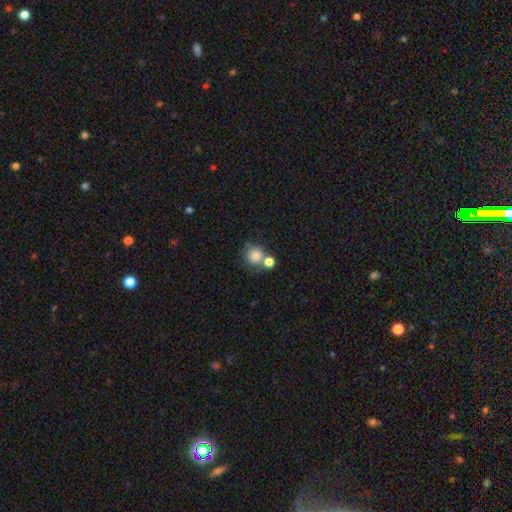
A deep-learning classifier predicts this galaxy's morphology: This appears to be a smooth galaxy with no disk features (79%) that is round (87%). Merging: none (47%).